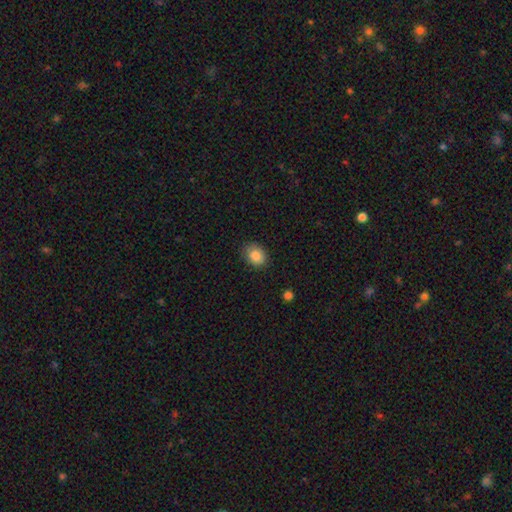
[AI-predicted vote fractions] smooth 86%, star or artifact 8%, featured or disk 6%. Down the decision tree: how rounded — in between (56%); merging — none (82%).